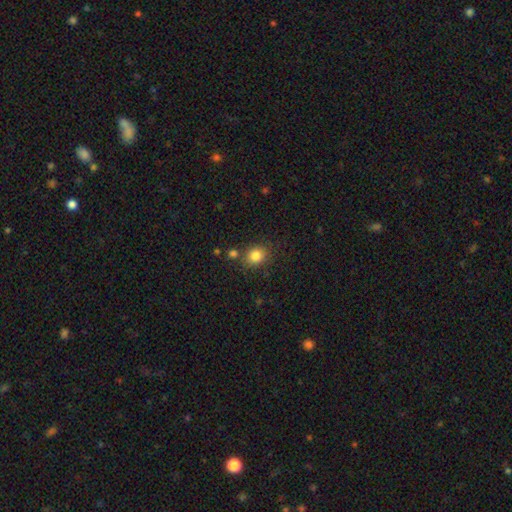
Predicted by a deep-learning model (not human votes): A smooth galaxy with no disk features (83%) that is round (65%).

Vote fractions:
- Smooth or featured? smooth: 83% / star or artifact: 11% / featured or disk: 6%
- How rounded? round: 65% / in between: 34% / cigar-shaped: 1%
- Merging? none: 76% / minor disturbance: 12% / merger: 8% / major disturbance: 4%